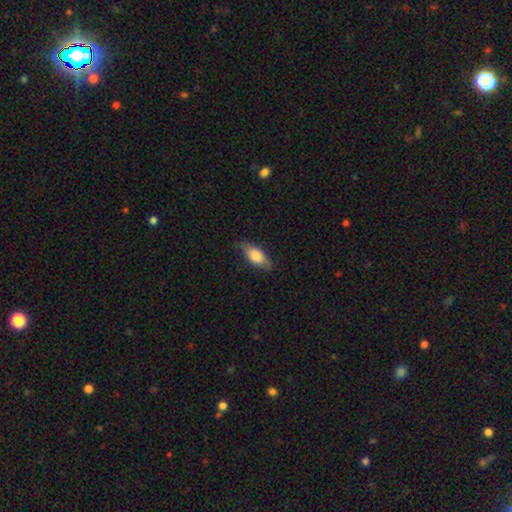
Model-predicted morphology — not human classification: This is likely a smooth galaxy (73%). How rounded: likely in between (80%). Merging: likely none (73%).